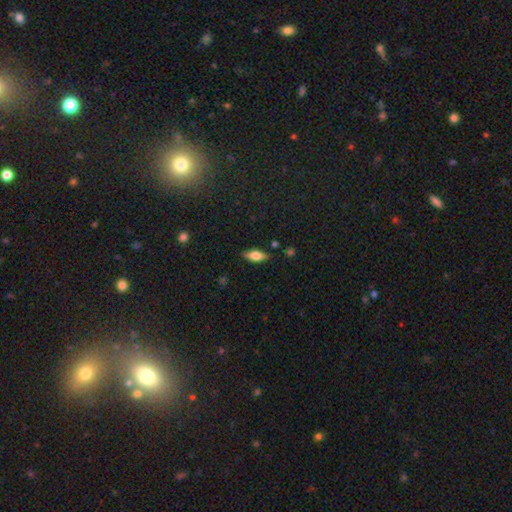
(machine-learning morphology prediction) Smooth or featured? smooth (64%)
How rounded? in between (76%)
Merging? none (85%)